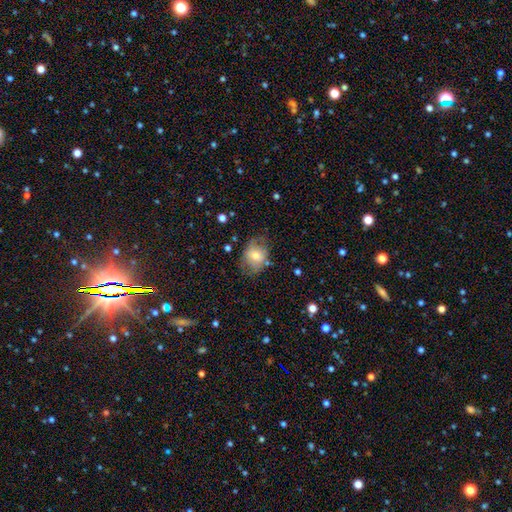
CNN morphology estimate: Smooth or featured: smooth — 63% (featured or disk — 29%)
How rounded: in between — 64% (round — 35%)
Merging: none — 59% (minor disturbance — 26%)